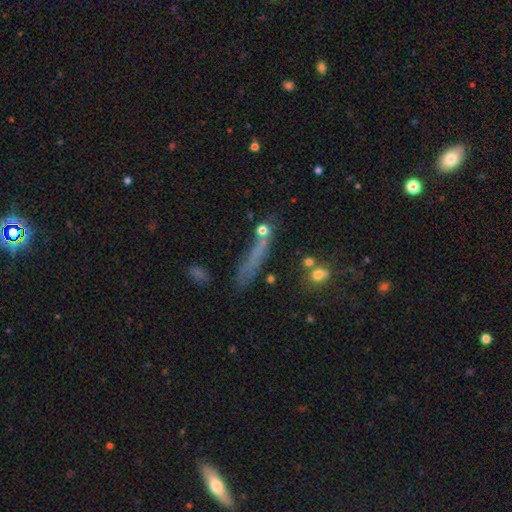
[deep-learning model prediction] This appears to be a smooth galaxy with no disk features (38%). Merging: none (67%).